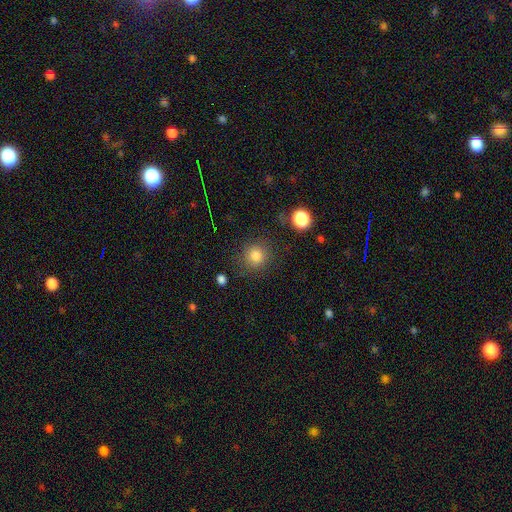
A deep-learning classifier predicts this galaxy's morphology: A smooth galaxy with no disk features (81%) that is round (90%).

Vote fractions:
- Smooth or featured? smooth: 81% / star or artifact: 13% / featured or disk: 6%
- How rounded? round: 90% / in between: 9% / cigar-shaped: 1%
- Merging? none: 84% / minor disturbance: 10% / major disturbance: 4% / merger: 2%